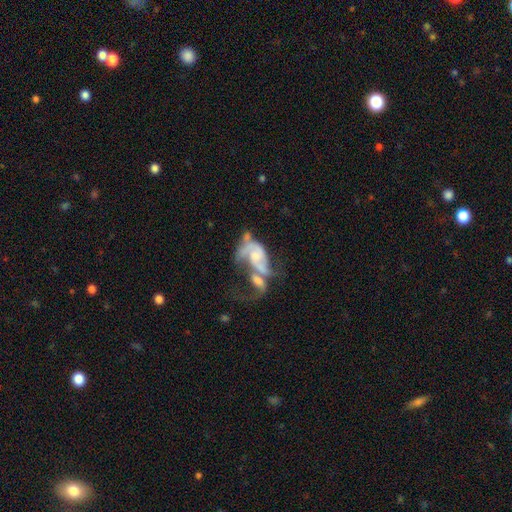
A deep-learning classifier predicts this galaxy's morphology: This is likely a featured or disk galaxy (73%). It is clearly not viewed edge-on (95%). Bar: likely no (63%). Spiral arm pattern: likely yes (77%). Spiral arm count: likely 2 (61%). Spiral winding: possibly loose (49%). Central bulge: marginally small (41%). Merging: possibly merger (59%).